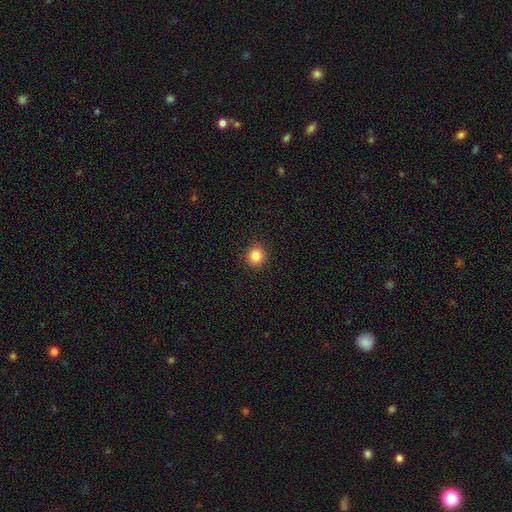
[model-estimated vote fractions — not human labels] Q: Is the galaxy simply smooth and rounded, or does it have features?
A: smooth — 84%.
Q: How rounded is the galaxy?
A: round — 92%.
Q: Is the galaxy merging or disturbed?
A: none — 92%.